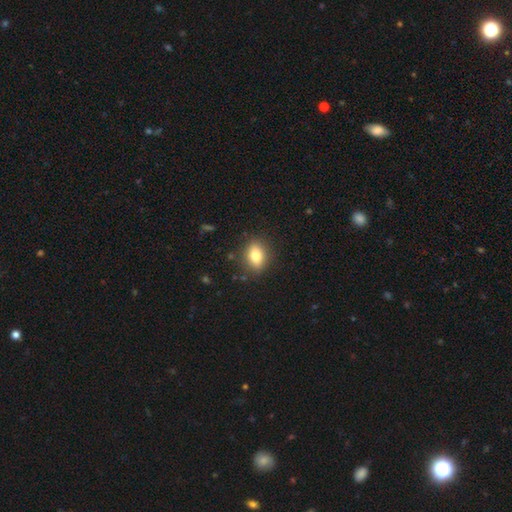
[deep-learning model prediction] A smooth galaxy with no disk features (80%) that is in between round and cigar-shaped (72%). Merging: none (86%).